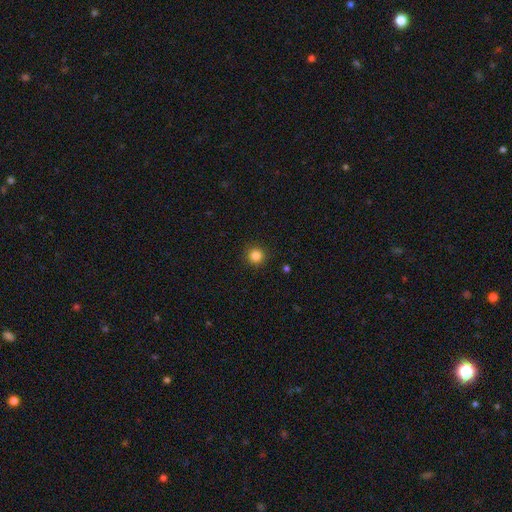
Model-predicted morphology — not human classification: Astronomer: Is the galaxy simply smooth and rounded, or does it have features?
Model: smooth — 84%.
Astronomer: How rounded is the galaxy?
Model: round — 95%.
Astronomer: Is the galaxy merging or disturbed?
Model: none — 91%.